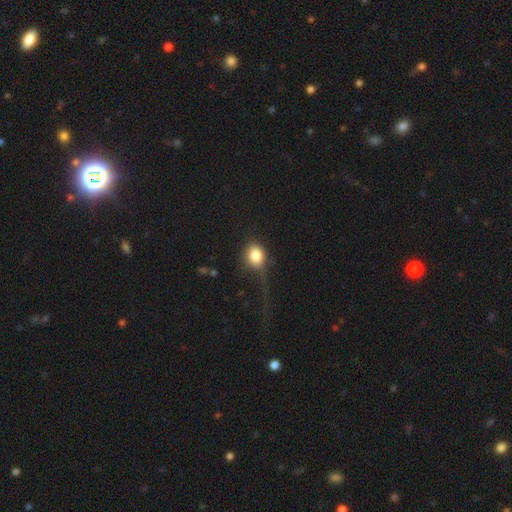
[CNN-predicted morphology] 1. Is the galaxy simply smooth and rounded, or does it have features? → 81% smooth, 10% featured or disk, 9% star or artifact.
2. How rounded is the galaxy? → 55% round, 43% in between, 2% cigar-shaped.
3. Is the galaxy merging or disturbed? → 46% none, 29% major disturbance, 22% minor disturbance, 3% merger.